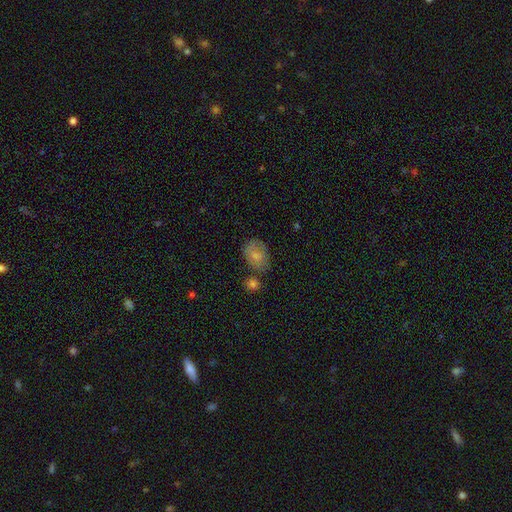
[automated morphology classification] This appears to be a smooth galaxy with no disk features (75%) that is in between round and cigar-shaped (72%). Merging: none (57%).